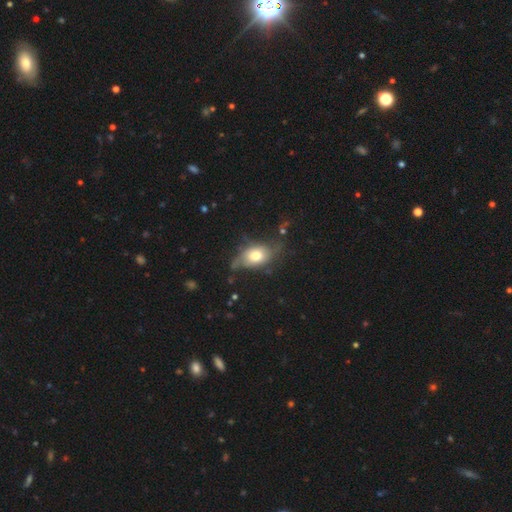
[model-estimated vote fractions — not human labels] smooth 65%, featured or disk 26%, star or artifact 9%. Down the decision tree: how rounded — in between (79%); merging — none (49%).